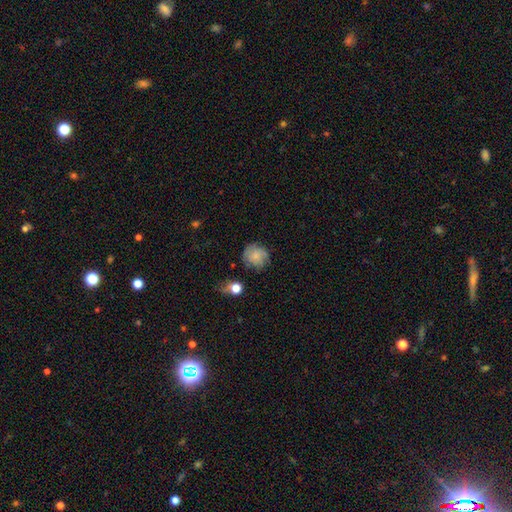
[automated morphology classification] Overall: smooth (64%; featured or disk 26%). How rounded: round (83%). Merging: none (66%).